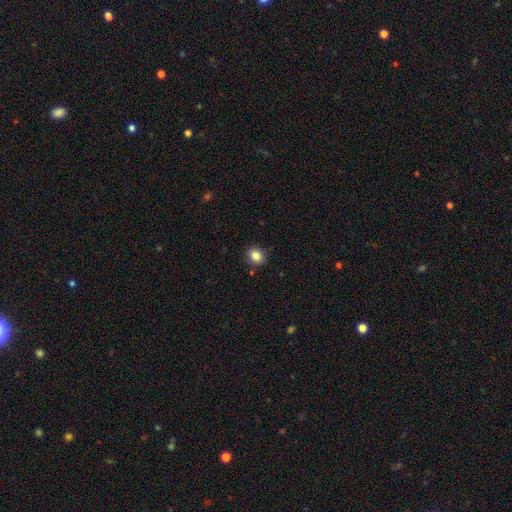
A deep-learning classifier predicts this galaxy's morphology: Q: Smooth or featured?
A: smooth (84%); runner-up: star or artifact (10%)
Q: How rounded?
A: round (62%); runner-up: in between (37%)
Q: Merging?
A: none (88%); runner-up: minor disturbance (8%)